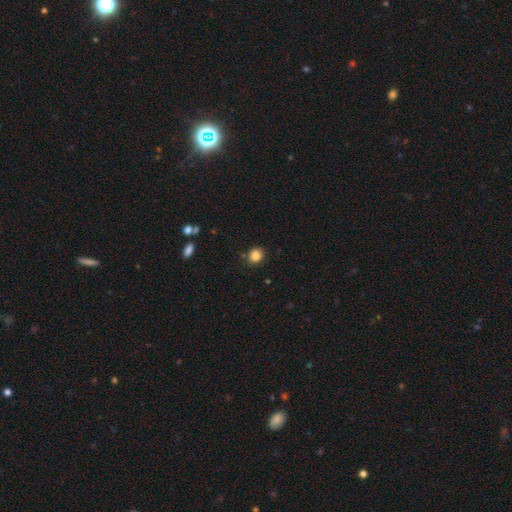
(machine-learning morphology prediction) The model was most divided on "how rounded": round: 78%, in between: 21%, cigar-shaped: 1%. More confident: smooth or featured — smooth (85%); merging — none (85%).